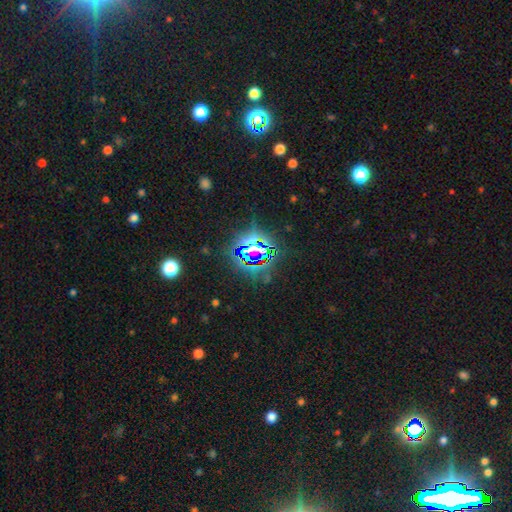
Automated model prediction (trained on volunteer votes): smooth_or_featured: star or artifact (p=0.81) [alt: smooth p=0.12]